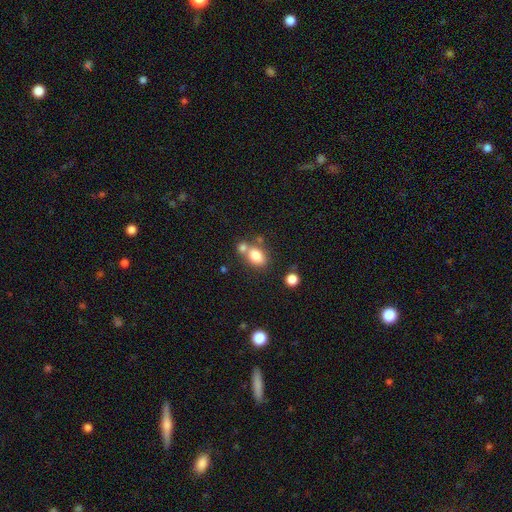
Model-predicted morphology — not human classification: Smooth or featured?
  - smooth: 80% *
  - star or artifact: 10%
  - featured or disk: 9%
How rounded?
  - in between: 69% *
  - round: 30%
  - cigar-shaped: 1%
Merging?
  - none: 50% *
  - merger: 33%
  - minor disturbance: 12%
  - major disturbance: 4%